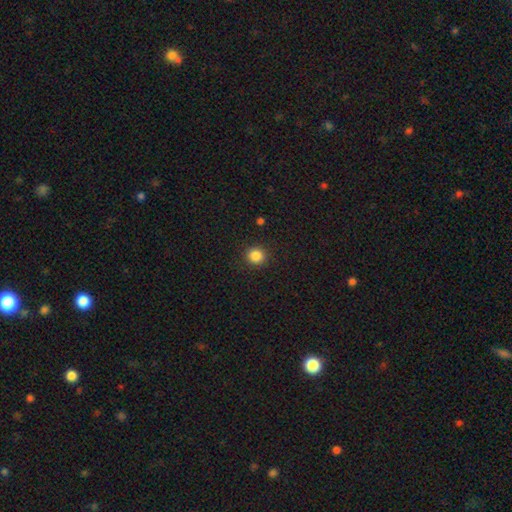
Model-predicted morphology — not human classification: Q: Smooth or featured?
A: smooth (85%); runner-up: star or artifact (11%)
Q: How rounded?
A: round (90%); runner-up: in between (9%)
Q: Merging?
A: none (91%); runner-up: minor disturbance (6%)